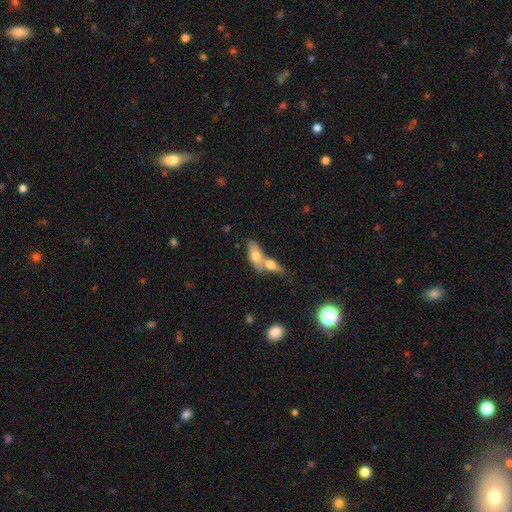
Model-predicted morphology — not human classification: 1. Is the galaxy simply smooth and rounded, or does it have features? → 67% smooth, 26% featured or disk, 7% star or artifact.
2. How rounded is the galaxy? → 78% in between, 15% cigar-shaped, 7% round.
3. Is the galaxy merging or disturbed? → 69% merger, 21% none, 7% minor disturbance, 4% major disturbance.